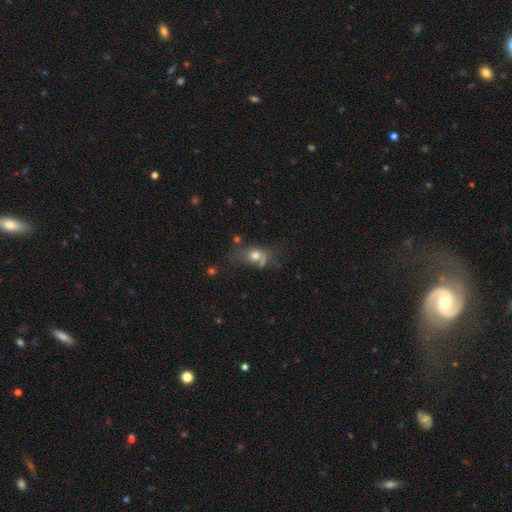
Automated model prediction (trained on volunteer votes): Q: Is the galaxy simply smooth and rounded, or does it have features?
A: smooth — 67%.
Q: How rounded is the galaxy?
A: in between — 58%.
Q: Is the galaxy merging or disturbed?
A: none — 40%.